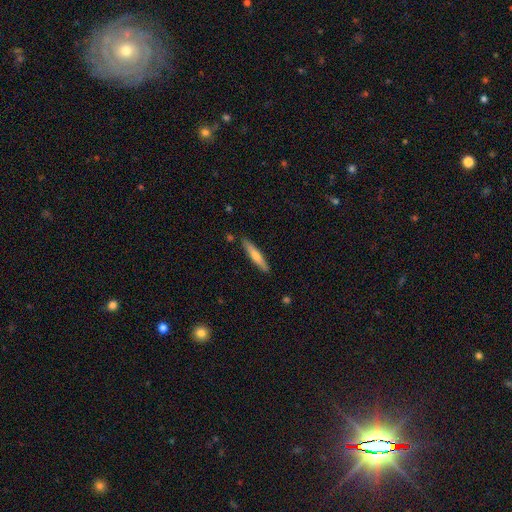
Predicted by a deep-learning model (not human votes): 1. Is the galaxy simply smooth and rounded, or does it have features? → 57% smooth, 38% featured or disk, 5% star or artifact.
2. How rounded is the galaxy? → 91% cigar-shaped, 7% in between, 1% round.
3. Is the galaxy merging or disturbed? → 87% none, 9% minor disturbance, 2% merger, 2% major disturbance.